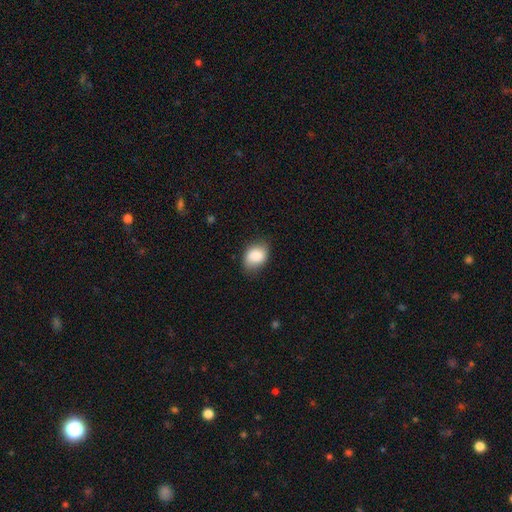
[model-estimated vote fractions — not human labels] smooth_or_featured: smooth (p=0.85) [alt: featured or disk p=0.07]
how_rounded: in between (p=0.73) [alt: round p=0.25]
merging: none (p=0.73) [alt: minor disturbance p=0.21]